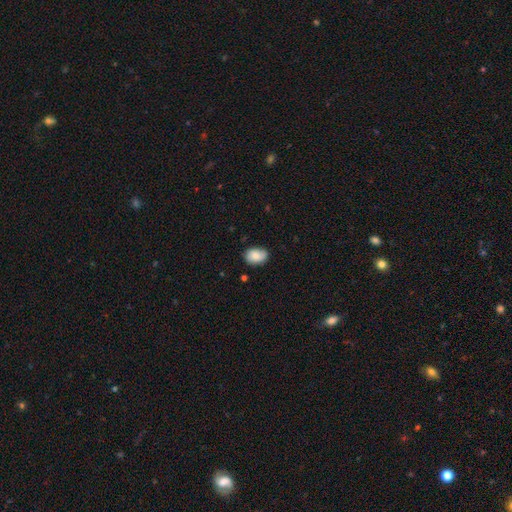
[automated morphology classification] A smooth galaxy with no disk features (79%) that is in between round and cigar-shaped (81%). Merging: none (72%).